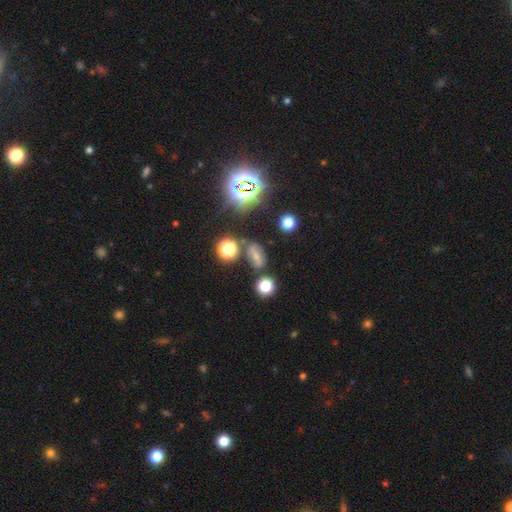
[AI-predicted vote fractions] Morphology: type=smooth (44%); merging=none (71%).